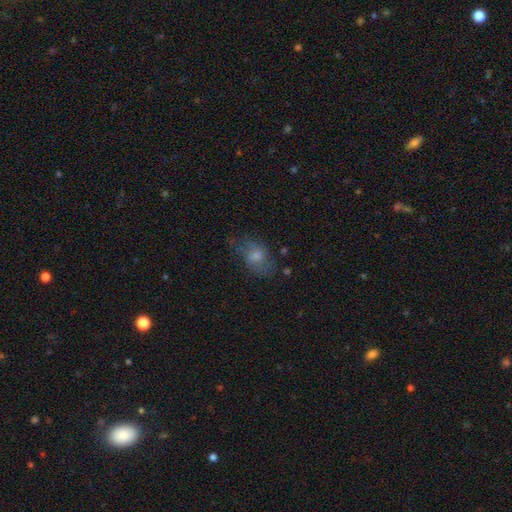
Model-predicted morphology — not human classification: smooth_or_featured: smooth (p=0.46) [alt: featured or disk p=0.37]
merging: none (p=0.62) [alt: minor disturbance p=0.23]